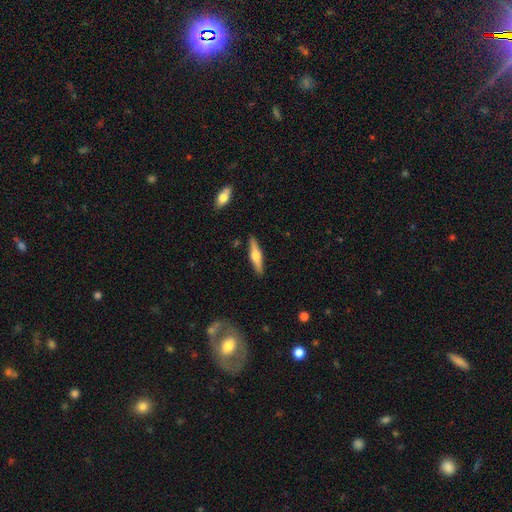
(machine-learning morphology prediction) smooth-or-featured: featured or disk: 57% | smooth: 38% | star or artifact: 6%
  disk-edge-on: yes: 96% | no: 4%
    edge-on-bulge: rounded: 91% | boxy: 6% | none: 3%
  merging: none: 89% | minor disturbance: 8% | major disturbance: 2% | merger: 2%